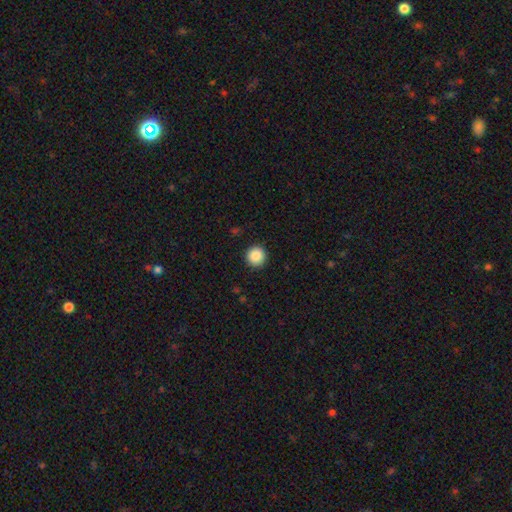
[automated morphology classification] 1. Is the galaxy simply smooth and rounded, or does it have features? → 89% smooth, 9% star or artifact, 3% featured or disk.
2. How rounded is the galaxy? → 96% round, 3% in between, 1% cigar-shaped.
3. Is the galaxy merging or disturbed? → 92% none, 5% minor disturbance, 2% major disturbance, 1% merger.